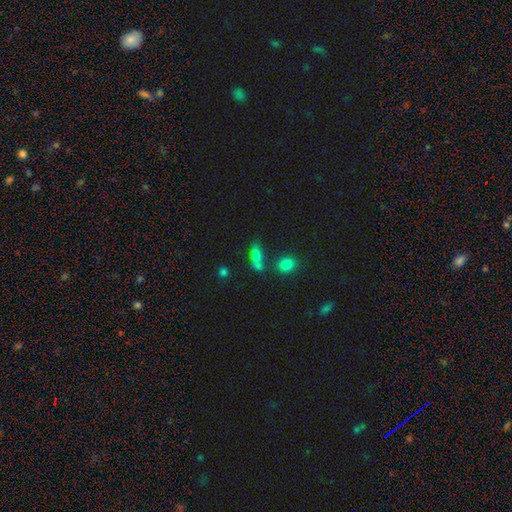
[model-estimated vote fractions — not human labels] Smooth or featured? smooth (65%)
How rounded? cigar-shaped (45%, tied with in between)
Merging? none (56%)